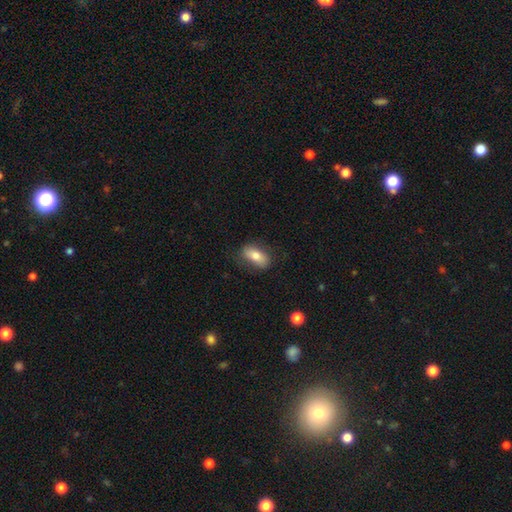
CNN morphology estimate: type=smooth (75%); roundness=in between (87%); merging=none (75%).